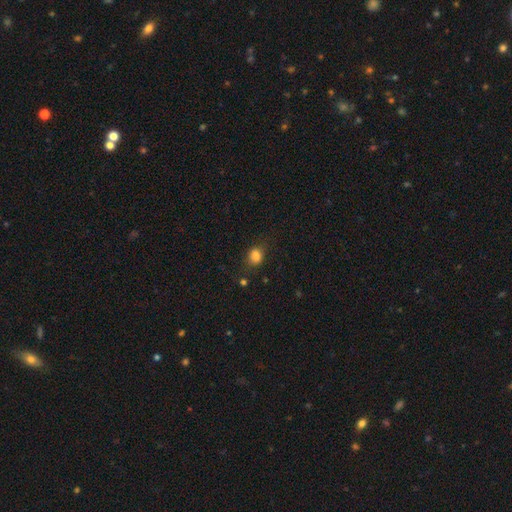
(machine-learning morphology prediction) Overall: smooth (83%). How rounded: in between (50%; round 49%). Merging: none (71%).